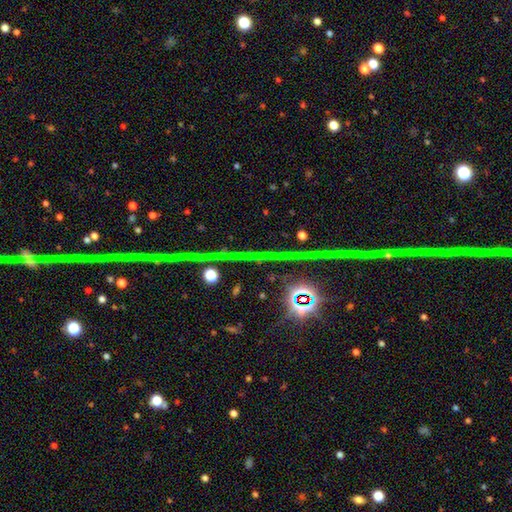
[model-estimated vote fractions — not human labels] Smooth or featured? Predicted: star or artifact (p=0.82).